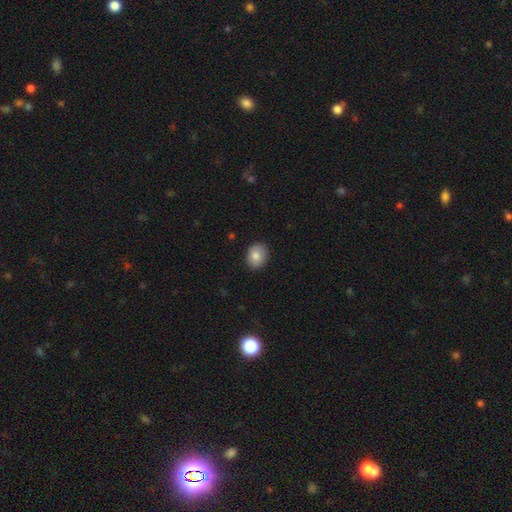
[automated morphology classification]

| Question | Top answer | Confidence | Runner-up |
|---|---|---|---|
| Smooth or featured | smooth | 83% | featured or disk (9%) |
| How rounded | in between | 53% | round (47%) |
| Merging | none | 88% | minor disturbance (9%) |